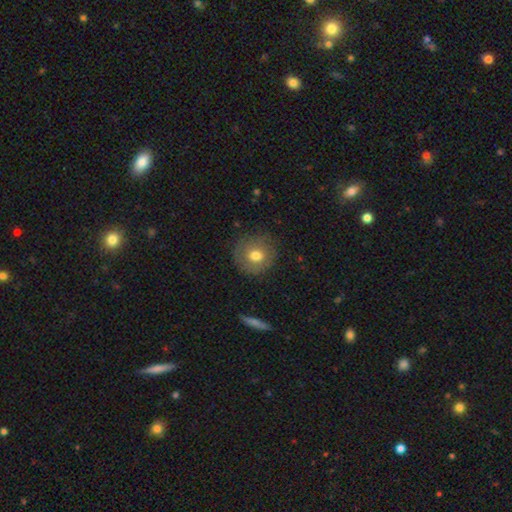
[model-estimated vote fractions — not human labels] smooth 72%, featured or disk 19%, star or artifact 9%. Down the decision tree: how rounded — round (91%); merging — none (83%).